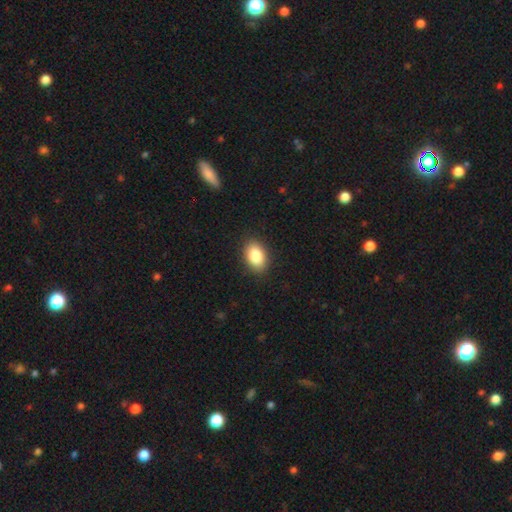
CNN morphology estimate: Overall: smooth (86%). How rounded: in between (86%). Merging: none (89%).